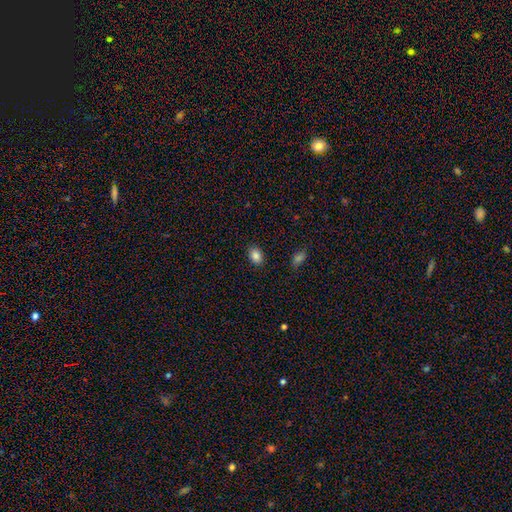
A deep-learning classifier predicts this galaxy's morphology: smooth-or-featured: smooth: 85% | star or artifact: 9% | featured or disk: 5%
  how-rounded: in between: 74% | round: 25% | cigar-shaped: 1%
  merging: none: 88% | minor disturbance: 9% | major disturbance: 2% | merger: 1%